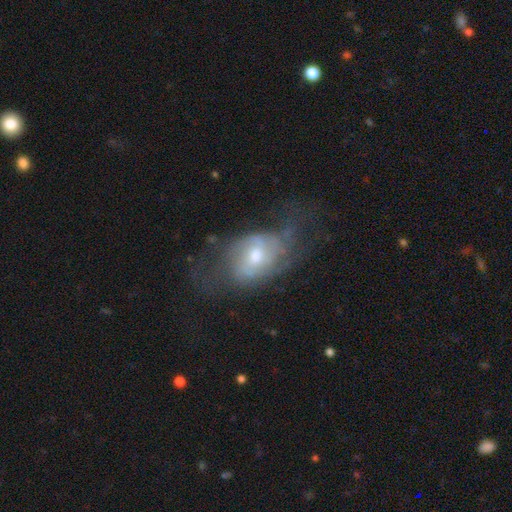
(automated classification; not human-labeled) The model was most divided on "merging": none: 45%, major disturbance: 28%, minor disturbance: 25%, merger: 2%. More confident: edge-on disk — no (95%); spiral arms — yes (73%); smooth or featured — featured or disk (68%); bulge size — moderate (57%); bar — no (56%).